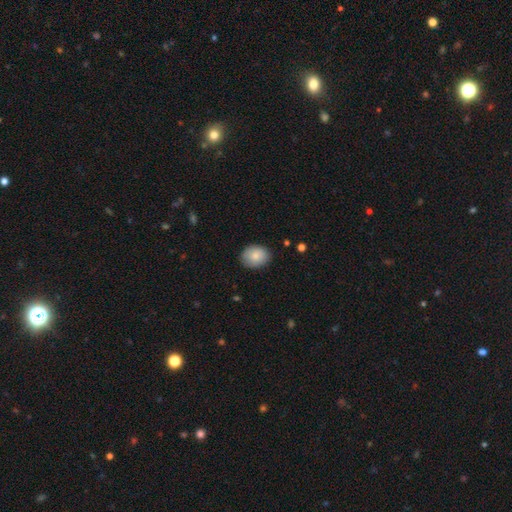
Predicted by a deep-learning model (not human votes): Morphology: type=smooth (85%); roundness=in between (59%); merging=none (85%).